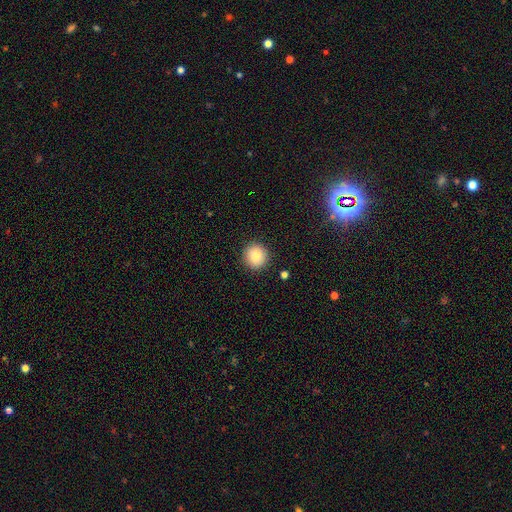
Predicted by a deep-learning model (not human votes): smooth-or-featured: smooth: 83% | star or artifact: 10% | featured or disk: 7%
  how-rounded: round: 92% | in between: 7% | cigar-shaped: 1%
  merging: none: 91% | minor disturbance: 6% | major disturbance: 2% | merger: 1%